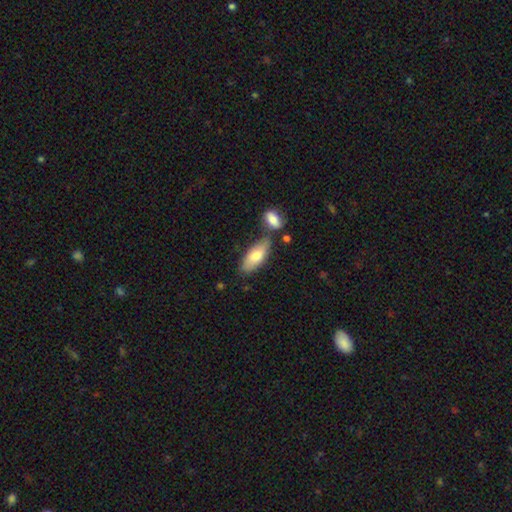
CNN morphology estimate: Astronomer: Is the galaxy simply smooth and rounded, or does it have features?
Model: smooth — 75%.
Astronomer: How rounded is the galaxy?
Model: in between — 79%.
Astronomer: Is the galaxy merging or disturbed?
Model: none — 63%.